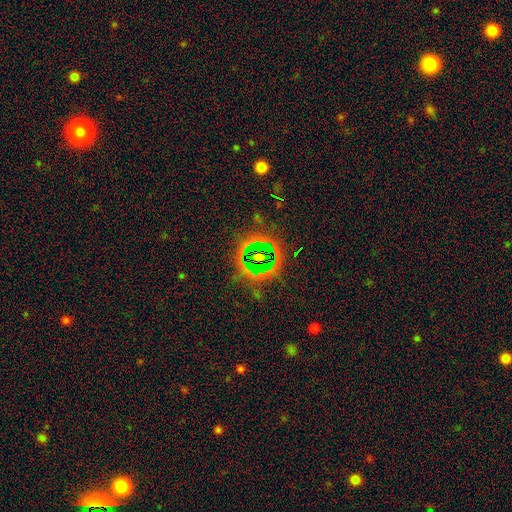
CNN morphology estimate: Smooth or featured: star or artifact — 76% (smooth — 13%)